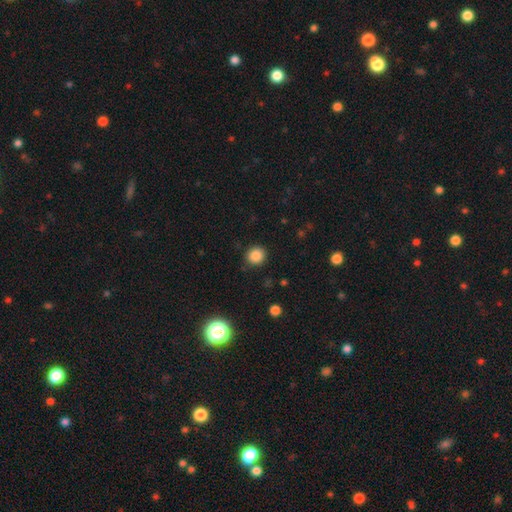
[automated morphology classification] Smooth or featured?
  - smooth: 86% *
  - star or artifact: 11%
  - featured or disk: 3%
How rounded?
  - round: 88% *
  - in between: 11%
  - cigar-shaped: 1%
Merging?
  - none: 88% *
  - minor disturbance: 8%
  - major disturbance: 3%
  - merger: 1%